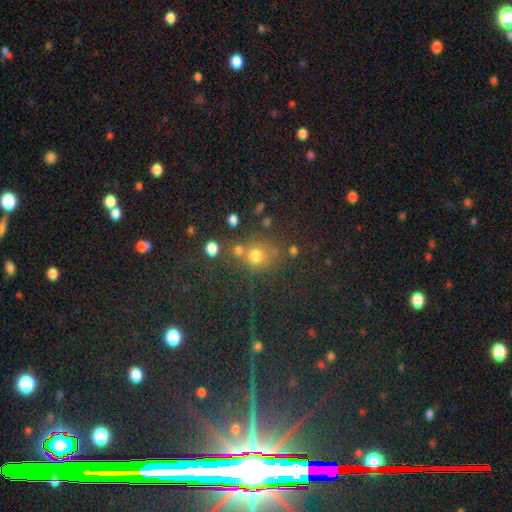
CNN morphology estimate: Q: Smooth or featured?
A: smooth (66%); runner-up: star or artifact (24%)
Q: How rounded?
A: round (87%); runner-up: in between (12%)
Q: Merging?
A: none (61%); runner-up: merger (21%)